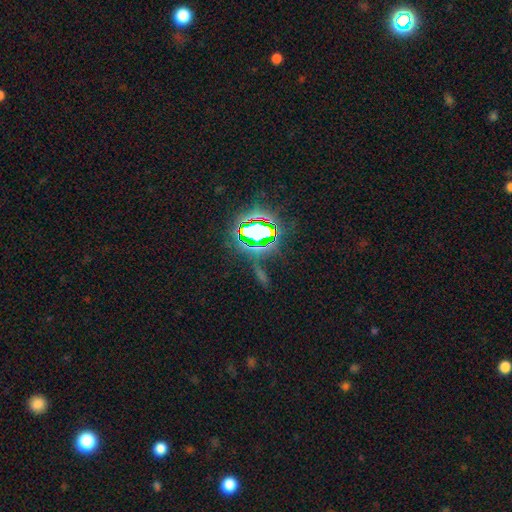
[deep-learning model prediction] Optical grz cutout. It shows a star or artifact, not a galaxy (82%).